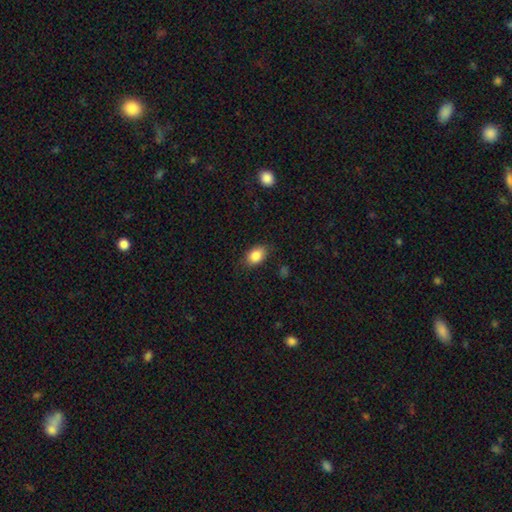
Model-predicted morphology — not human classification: smooth_or_featured: smooth (p=0.86) [alt: star or artifact p=0.08]
how_rounded: in between (p=0.80) [alt: round p=0.18]
merging: none (p=0.81) [alt: minor disturbance p=0.15]